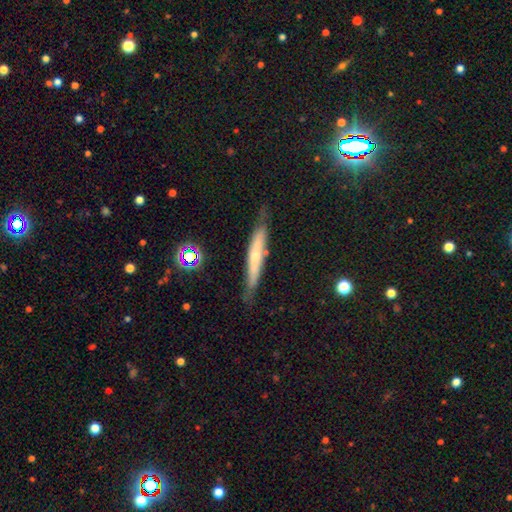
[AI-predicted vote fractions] Smooth or featured? featured or disk (51%)
Edge-on disk? yes (82%)
Merging? none (71%)